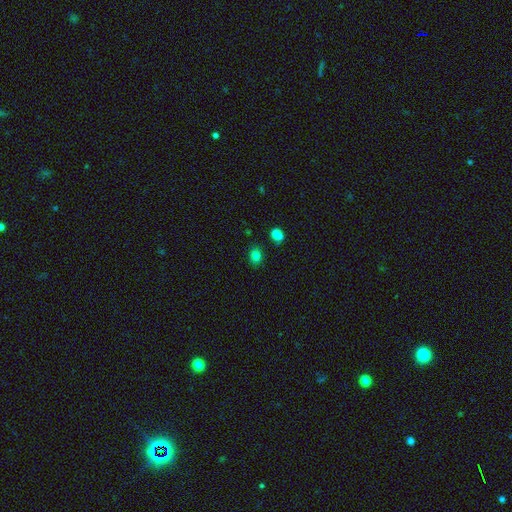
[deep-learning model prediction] This is clearly a smooth galaxy (81%). How rounded: possibly in between (54%). Merging: clearly none (83%).